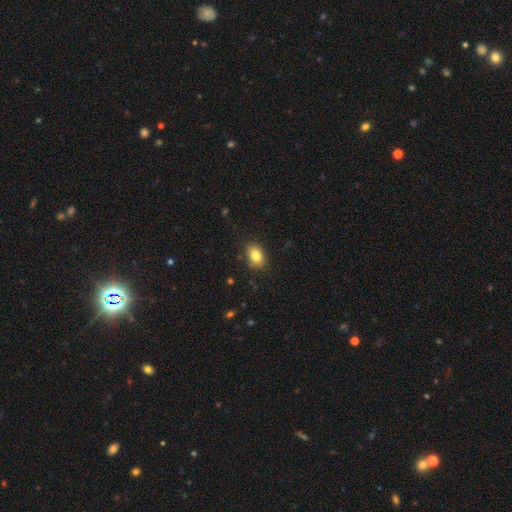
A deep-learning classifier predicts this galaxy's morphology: A smooth galaxy with no disk features (83%) that is in between round and cigar-shaped (80%). Merging: none (85%).